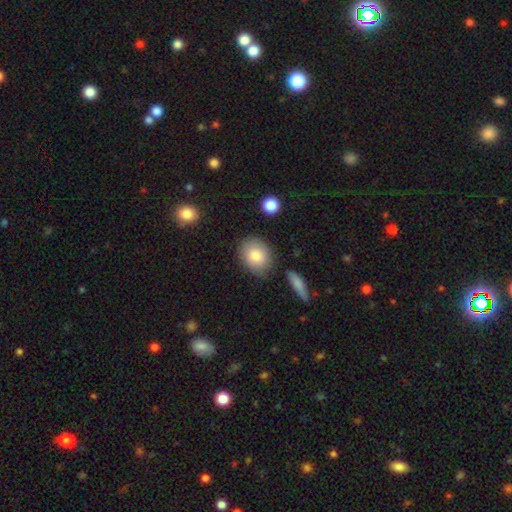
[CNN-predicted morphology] The model was most divided on "how rounded": round: 52%, in between: 47%, cigar-shaped: 1%. More confident: smooth or featured — smooth (82%); merging — none (78%).